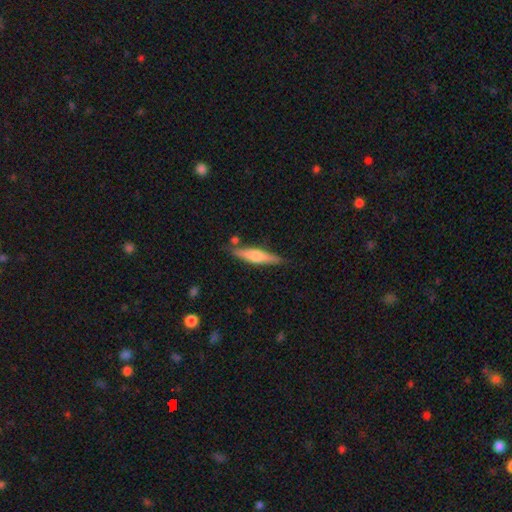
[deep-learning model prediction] Smooth or featured? Predicted: smooth (p=0.52). How rounded? Predicted: cigar-shaped (p=0.79). Merging? Predicted: none (p=0.80).